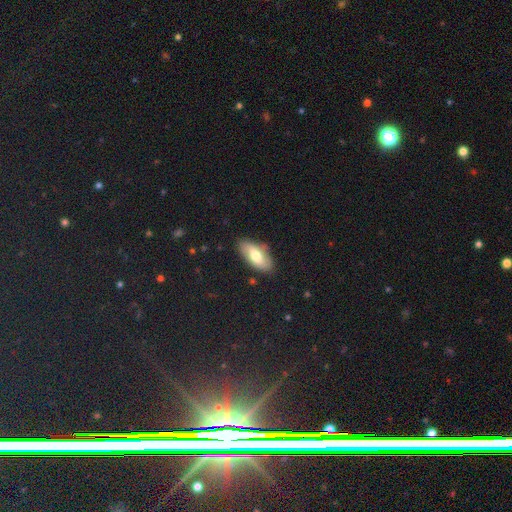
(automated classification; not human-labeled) The model was most divided on "smooth or featured": smooth: 62%, featured or disk: 31%, star or artifact: 7%. More confident: how rounded — in between (88%); merging — none (80%).